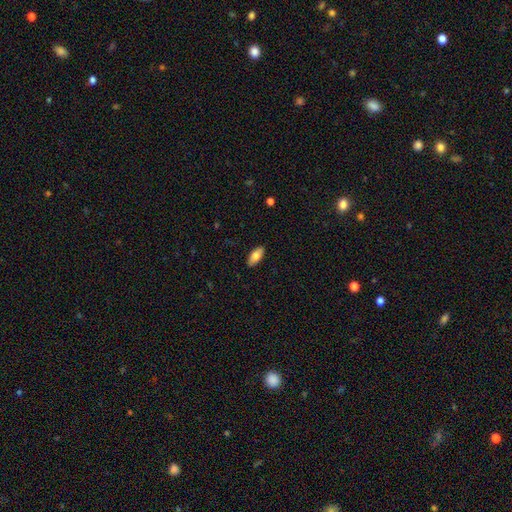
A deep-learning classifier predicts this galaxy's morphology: A smooth galaxy with no disk features (78%) that is in between round and cigar-shaped (87%). Merging: none (89%).